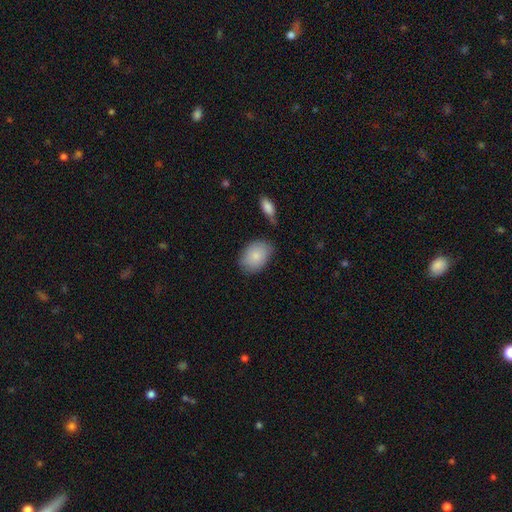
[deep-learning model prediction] Overall: smooth (86%). How rounded: in between (82%). Merging: none (75%).